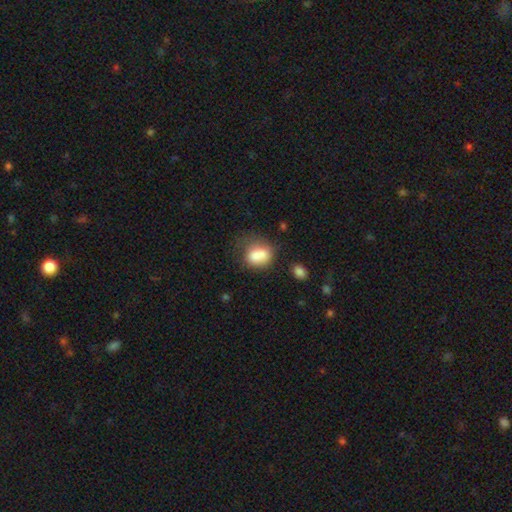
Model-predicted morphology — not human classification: Smooth or featured?
  - smooth: 77% *
  - featured or disk: 13%
  - star or artifact: 10%
How rounded?
  - in between: 55% *
  - round: 43%
  - cigar-shaped: 1%
Merging?
  - none: 41% *
  - minor disturbance: 25%
  - merger: 20%
  - major disturbance: 14%